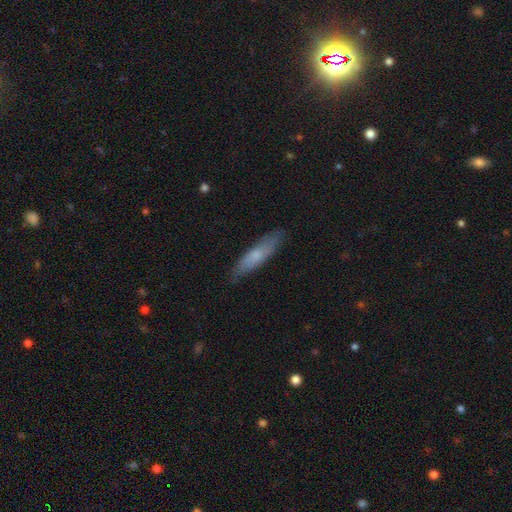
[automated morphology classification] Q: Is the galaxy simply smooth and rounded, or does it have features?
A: smooth — 66%.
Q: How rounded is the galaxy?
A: cigar-shaped — 79%.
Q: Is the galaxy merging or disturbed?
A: none — 82%.